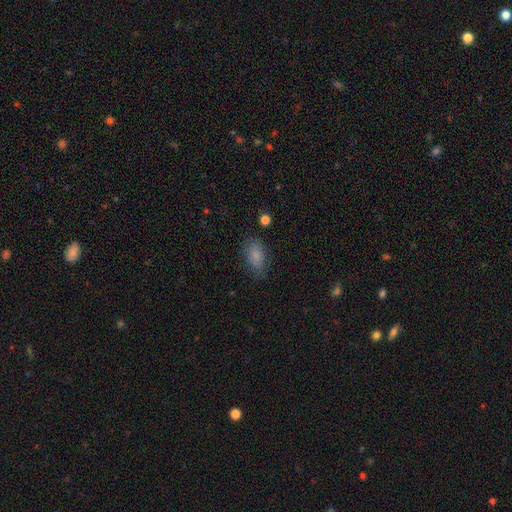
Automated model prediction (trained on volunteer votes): This appears to be a smooth galaxy with no disk features (83%) that is in between round and cigar-shaped (90%). Merging: none (80%).